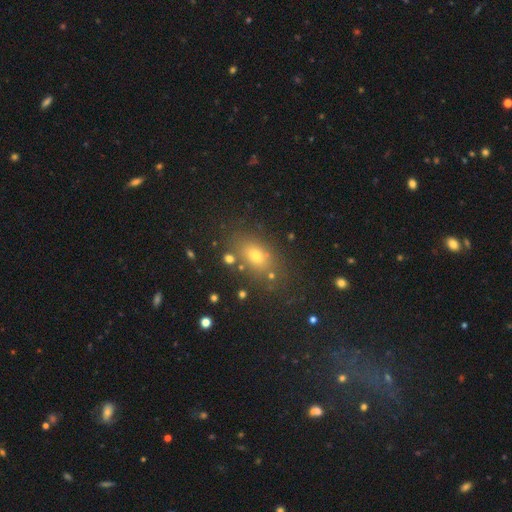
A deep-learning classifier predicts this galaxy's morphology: Smooth or featured: smooth — 69% (star or artifact — 19%)
How rounded: in between — 72% (round — 24%)
Merging: none — 78% (minor disturbance — 12%)